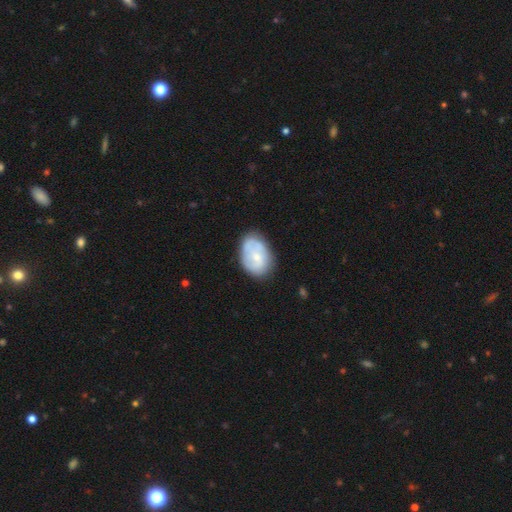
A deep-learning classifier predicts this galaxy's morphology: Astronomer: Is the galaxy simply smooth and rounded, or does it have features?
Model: smooth — 50% (runner-up: featured or disk, 44%).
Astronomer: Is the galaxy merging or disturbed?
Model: none — 68%.